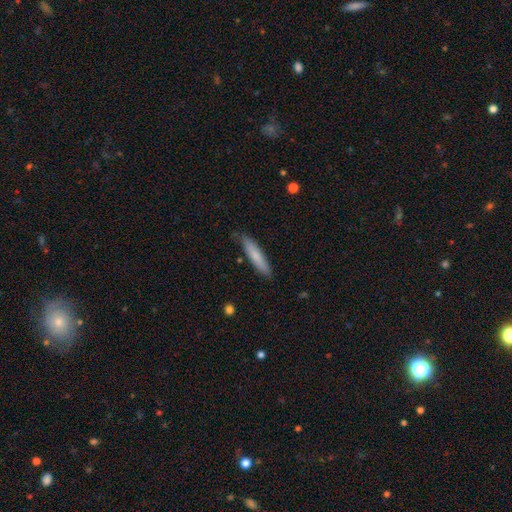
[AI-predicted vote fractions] Smooth or featured: smooth — 78% (featured or disk — 17%)
How rounded: cigar-shaped — 88% (in between — 11%)
Merging: none — 84% (minor disturbance — 13%)